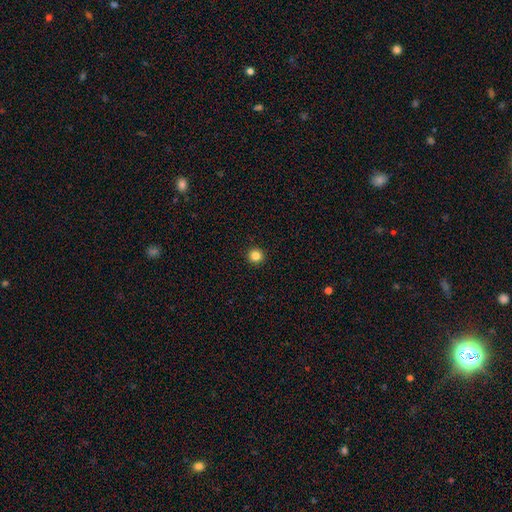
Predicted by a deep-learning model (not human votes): Overall: smooth (84%). How rounded: round (96%). Merging: none (94%).